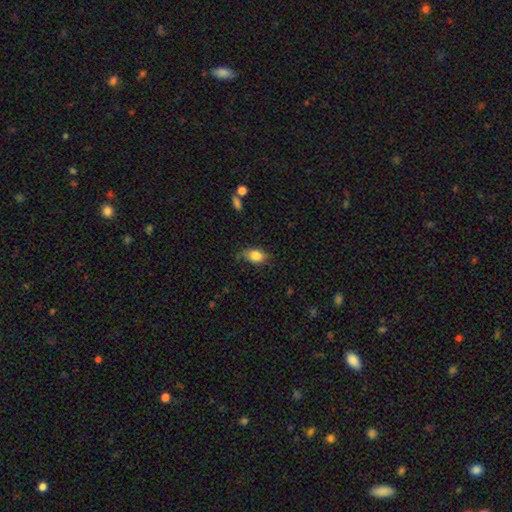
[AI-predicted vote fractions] Overall: smooth (83%). How rounded: in between (83%). Merging: none (67%).